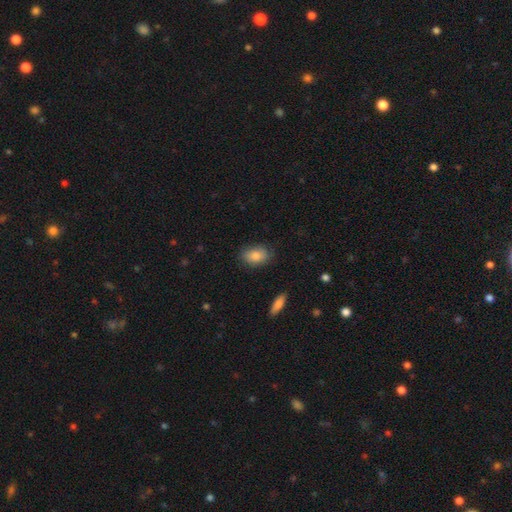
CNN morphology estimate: type=smooth (84%); roundness=in between (85%); merging=none (81%).